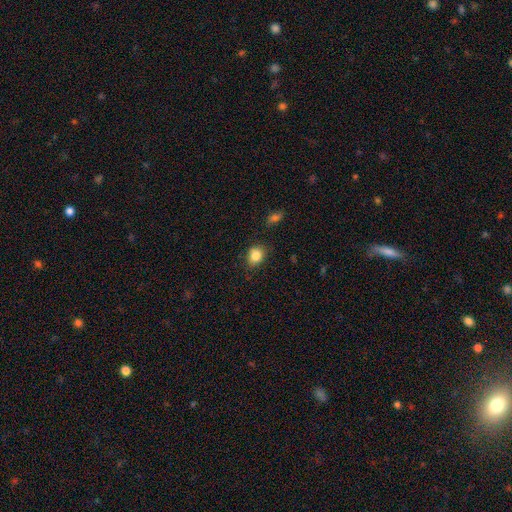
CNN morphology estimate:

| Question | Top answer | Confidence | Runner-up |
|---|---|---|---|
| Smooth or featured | smooth | 85% | star or artifact (10%) |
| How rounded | round | 55% | in between (44%) |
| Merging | none | 81% | minor disturbance (14%) |